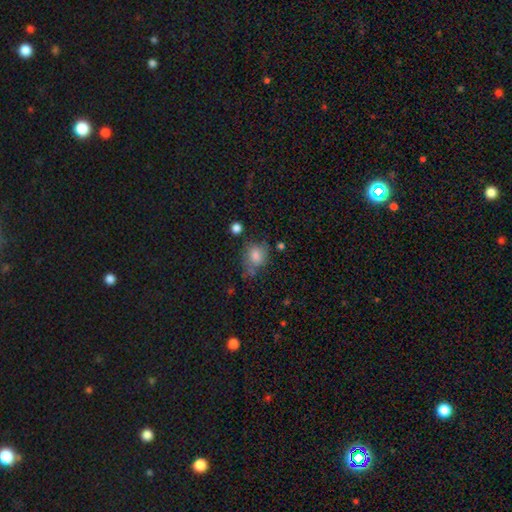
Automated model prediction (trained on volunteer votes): Smooth or featured? smooth (74%)
How rounded? round (59%)
Merging? none (58%)